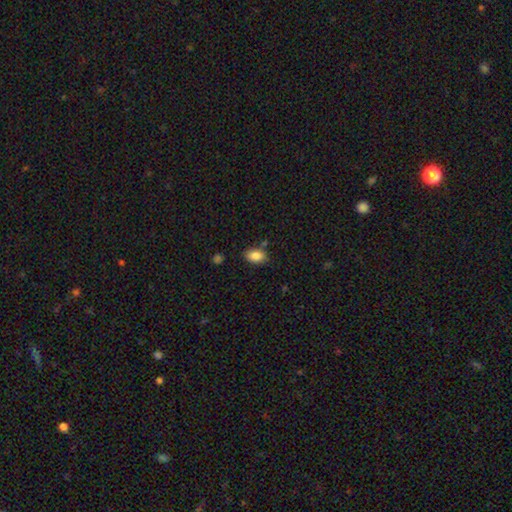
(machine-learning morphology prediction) Smooth or featured? smooth (87%)
How rounded? in between (90%)
Merging? none (79%)